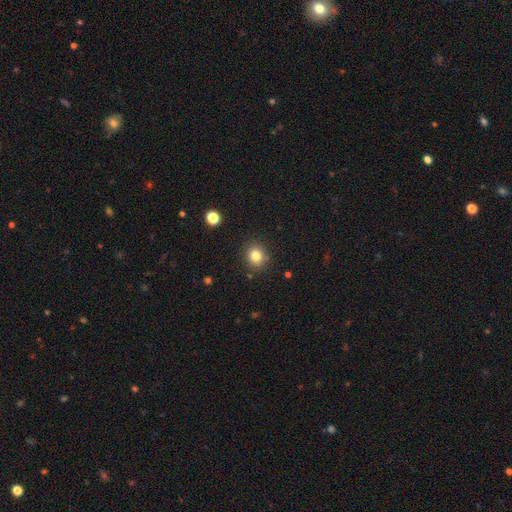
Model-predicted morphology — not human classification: smooth_or_featured: smooth (p=0.81) [alt: star or artifact p=0.12]
how_rounded: round (p=0.76) [alt: in between p=0.23]
merging: none (p=0.85) [alt: minor disturbance p=0.09]